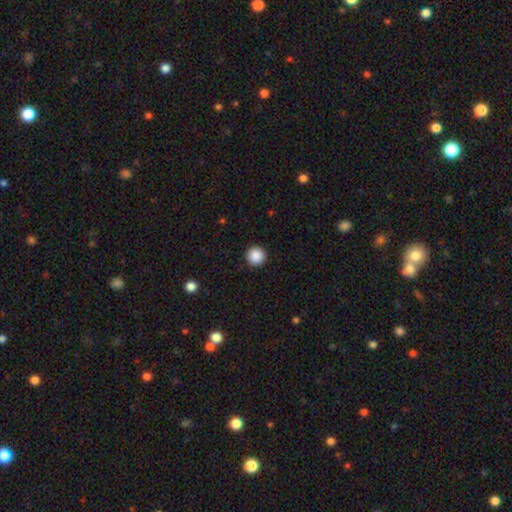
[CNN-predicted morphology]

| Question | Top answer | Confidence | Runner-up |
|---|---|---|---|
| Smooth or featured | smooth | 88% | star or artifact (9%) |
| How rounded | round | 96% | in between (3%) |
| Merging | none | 93% | minor disturbance (4%) |